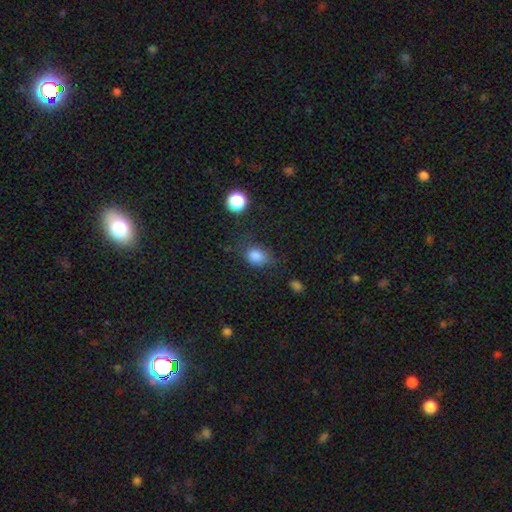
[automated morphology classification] A smooth galaxy with no disk features (83%) that is in between round and cigar-shaped (64%).

Vote fractions:
- Smooth or featured? smooth: 83% / star or artifact: 11% / featured or disk: 6%
- How rounded? in between: 64% / round: 34% / cigar-shaped: 1%
- Merging? none: 58% / minor disturbance: 27% / major disturbance: 11% / merger: 3%